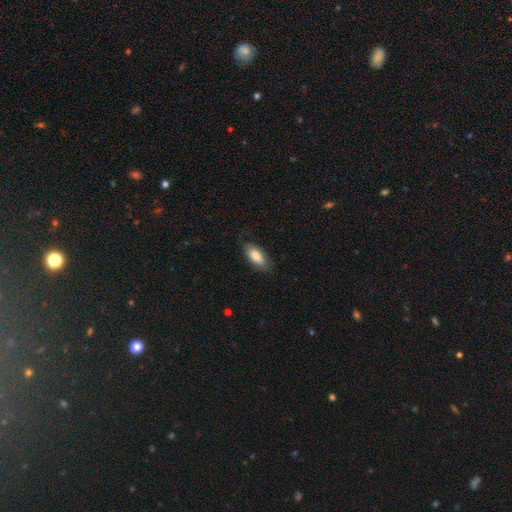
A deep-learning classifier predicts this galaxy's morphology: Q: Smooth or featured?
A: smooth (82%); runner-up: featured or disk (12%)
Q: How rounded?
A: in between (88%); runner-up: cigar-shaped (10%)
Q: Merging?
A: none (76%); runner-up: minor disturbance (19%)